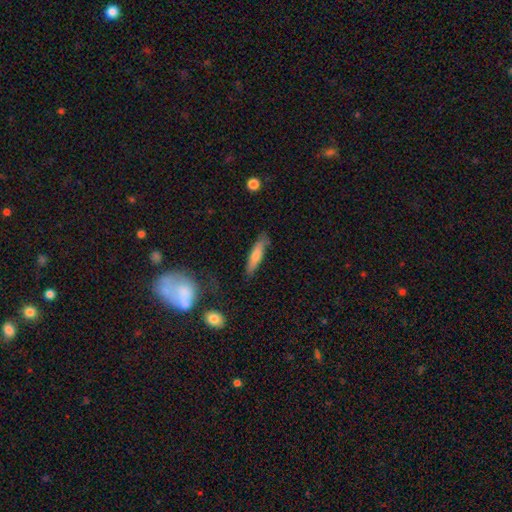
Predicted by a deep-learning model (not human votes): Q: Smooth or featured?
A: smooth (62%); runner-up: featured or disk (31%)
Q: How rounded?
A: cigar-shaped (83%); runner-up: in between (14%)
Q: Merging?
A: none (80%); runner-up: minor disturbance (14%)